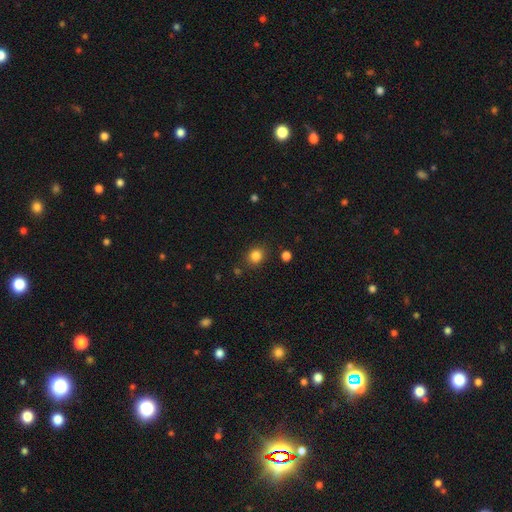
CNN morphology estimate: Smooth or featured? Predicted: smooth (p=0.83). How rounded? Predicted: round (p=0.73). Merging? Predicted: none (p=0.85).